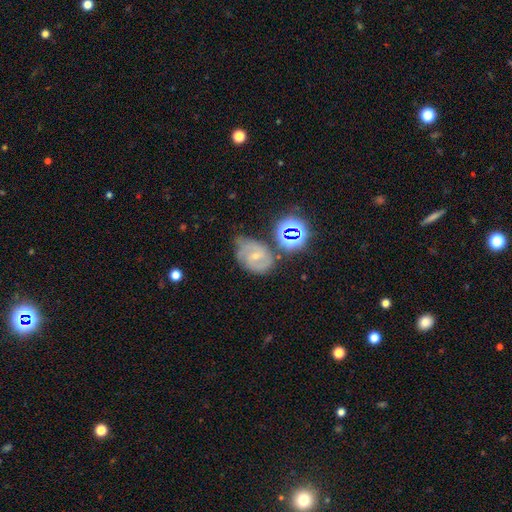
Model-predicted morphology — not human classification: A featured or disk galaxy (64%) with a weak bar (44%), 2 (56%) tight (48%) spiral arms (91%) and a small central bulge (63%).

Vote fractions:
- Smooth or featured? featured or disk: 64% / smooth: 19% / star or artifact: 17%
- Edge-on disk? no: 96% / yes: 4%
- Bar? weak: 44% / no: 43% / strong: 13%
- Spiral arms? yes: 91% / no: 9%
- Spiral winding? tight: 48% / medium: 41% / loose: 11%
- Spiral arm count? 2: 56% / can't tell: 22% / 3: 13% / 1: 4% / 4: 3% / more than 4: 2%
- Bulge size? small: 63% / moderate: 33% / none: 2% / large: 1% / dominant: 1%
- Merging? none: 56% / minor disturbance: 28% / major disturbance: 9% / merger: 7%